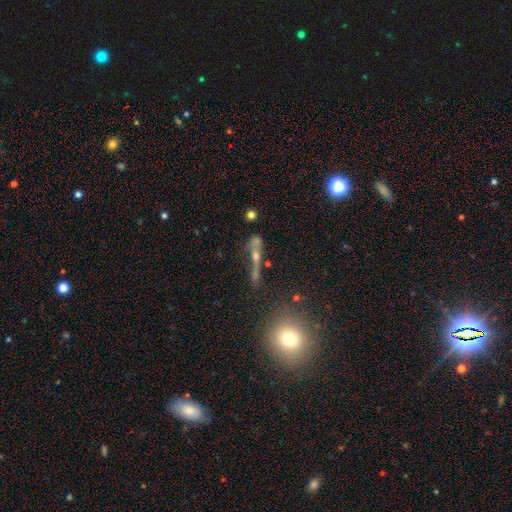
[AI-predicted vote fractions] Smooth or featured? Predicted: featured or disk (p=0.50). Merging? Predicted: none (p=0.43).